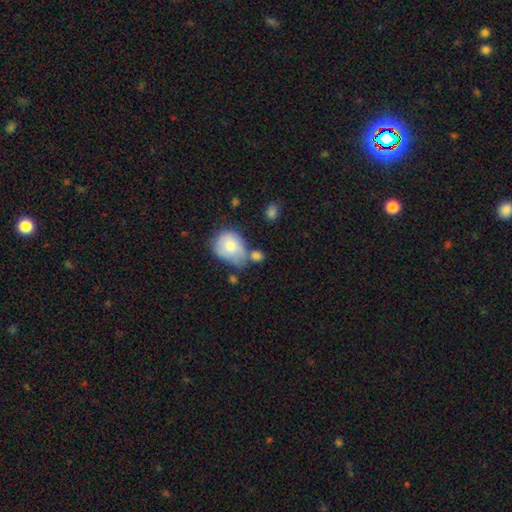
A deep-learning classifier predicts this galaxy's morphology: A smooth galaxy with no disk features (76%) that is round (54%). Merging: none (41%).